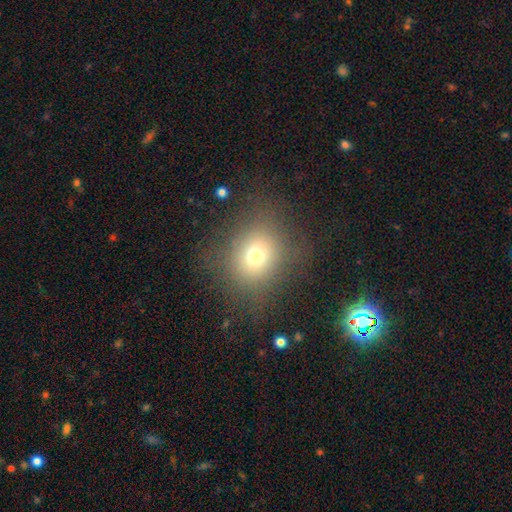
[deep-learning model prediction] Q: Smooth or featured?
A: smooth (69%); runner-up: star or artifact (18%)
Q: How rounded?
A: round (75%); runner-up: in between (24%)
Q: Merging?
A: none (76%); runner-up: minor disturbance (13%)